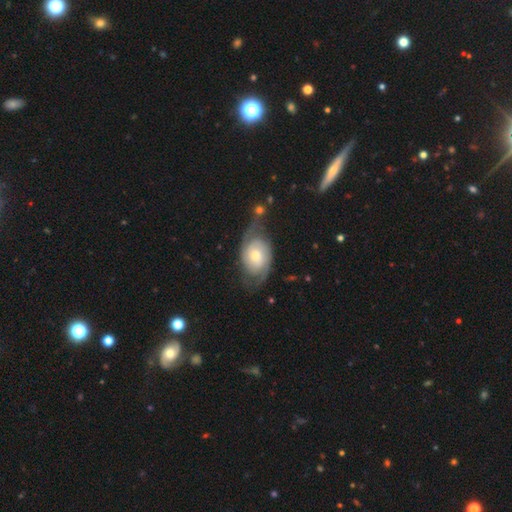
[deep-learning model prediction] Q: Smooth or featured?
A: featured or disk (71%); runner-up: smooth (24%)
Q: Edge-on disk?
A: no (95%); runner-up: yes (5%)
Q: Bar?
A: no (69%); runner-up: weak (26%)
Q: Spiral arms?
A: yes (88%); runner-up: no (12%)
Q: Spiral winding?
A: tight (40%); runner-up: medium (38%)
Q: Spiral arm count?
A: 2 (76%); runner-up: can't tell (14%)
Q: Bulge size?
A: moderate (54%); runner-up: small (36%)
Q: Merging?
A: none (49%); runner-up: minor disturbance (25%)